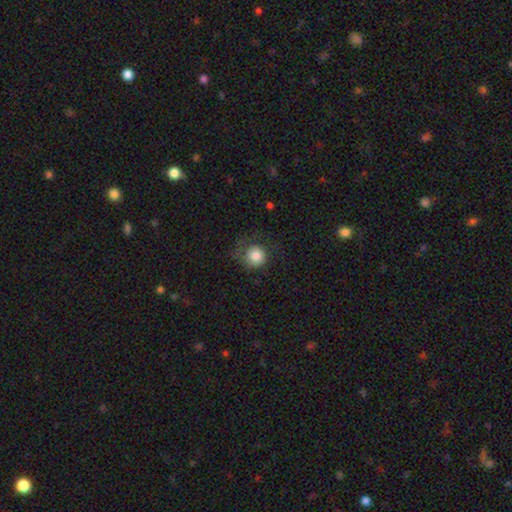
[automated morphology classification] Smooth or featured? Predicted: smooth (p=0.81). How rounded? Predicted: round (p=0.90). Merging? Predicted: none (p=0.57).